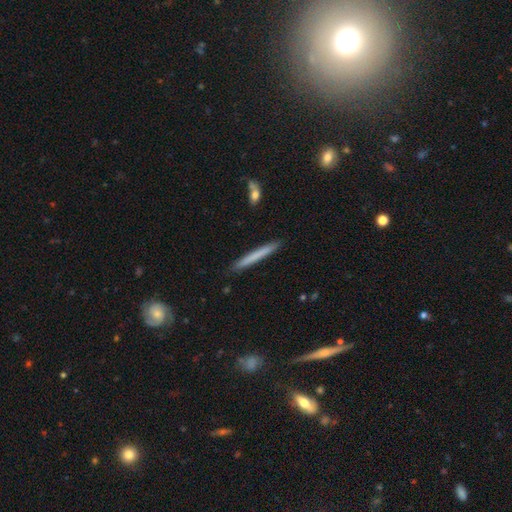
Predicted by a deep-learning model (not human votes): This is likely a smooth galaxy (68%). How rounded: clearly cigar-shaped (97%). Merging: clearly none (90%).